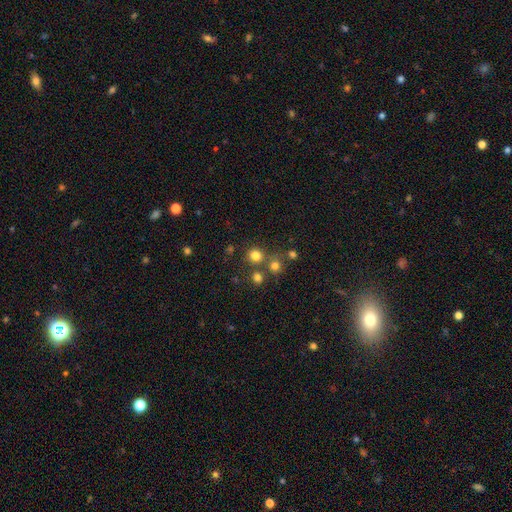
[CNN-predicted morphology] Smooth or featured? smooth (76%)
How rounded? round (90%)
Merging? none (73%)